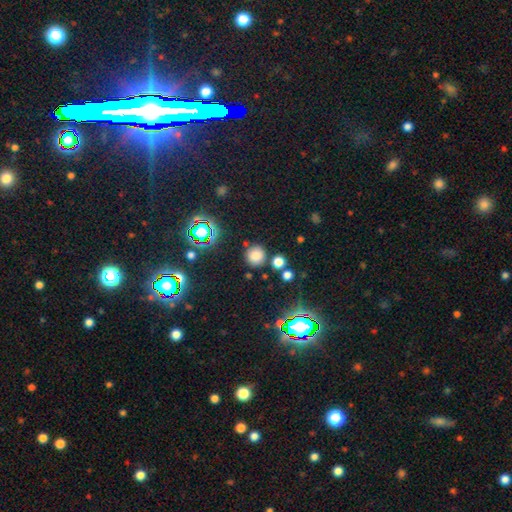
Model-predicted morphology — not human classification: smooth_or_featured: smooth (p=0.74) [alt: star or artifact p=0.19]
how_rounded: round (p=0.92) [alt: in between p=0.07]
merging: none (p=0.82) [alt: minor disturbance p=0.09]